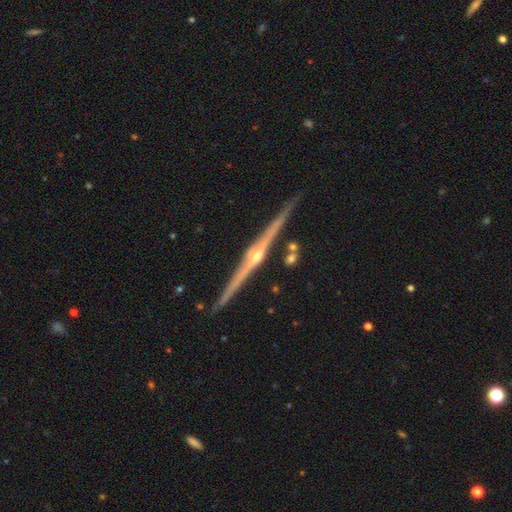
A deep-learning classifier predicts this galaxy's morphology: The model was most divided on "merging": none: 90%, minor disturbance: 6%, merger: 2%, major disturbance: 1%. More confident: edge-on disk — yes (99%); edge-on bulge — rounded (90%); smooth or featured — featured or disk (89%).